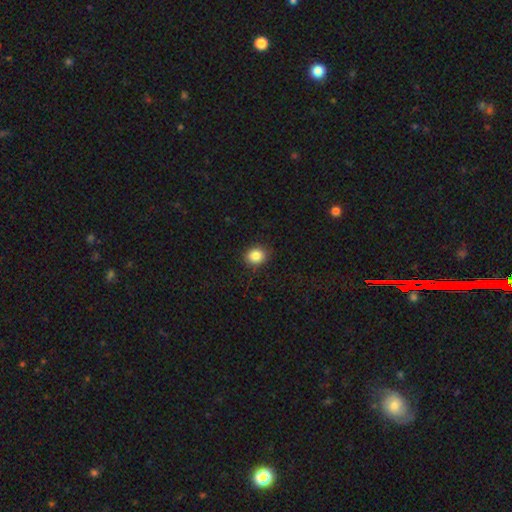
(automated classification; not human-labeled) Smooth or featured? Predicted: smooth (p=0.86). How rounded? Predicted: round (p=0.64). Merging? Predicted: none (p=0.86).